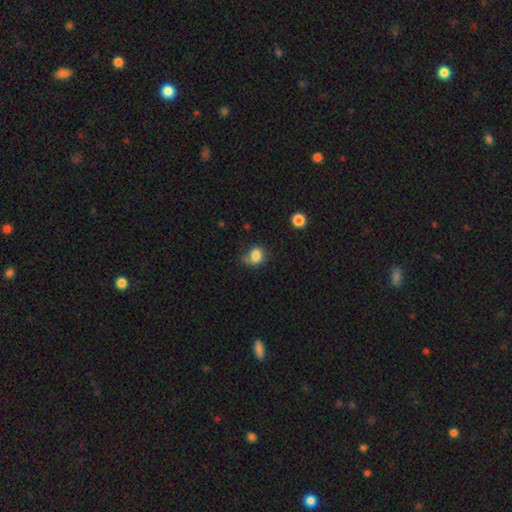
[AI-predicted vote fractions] Q: Smooth or featured?
A: smooth (81%); runner-up: star or artifact (11%)
Q: How rounded?
A: round (63%); runner-up: in between (36%)
Q: Merging?
A: none (57%); runner-up: minor disturbance (28%)